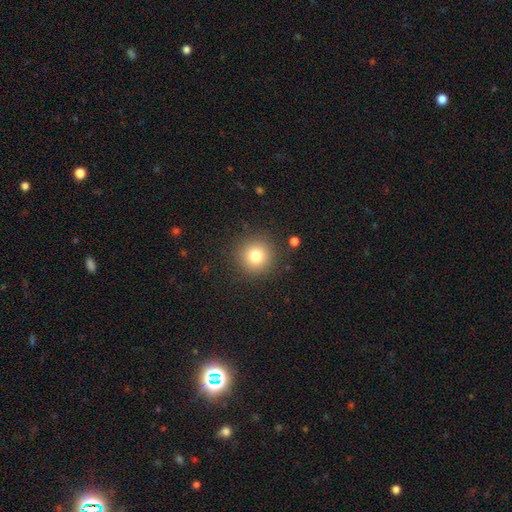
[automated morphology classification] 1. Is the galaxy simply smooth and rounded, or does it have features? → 79% smooth, 13% star or artifact, 9% featured or disk.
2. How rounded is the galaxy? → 95% round, 4% in between, 1% cigar-shaped.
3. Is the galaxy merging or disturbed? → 89% none, 6% minor disturbance, 3% major disturbance, 2% merger.